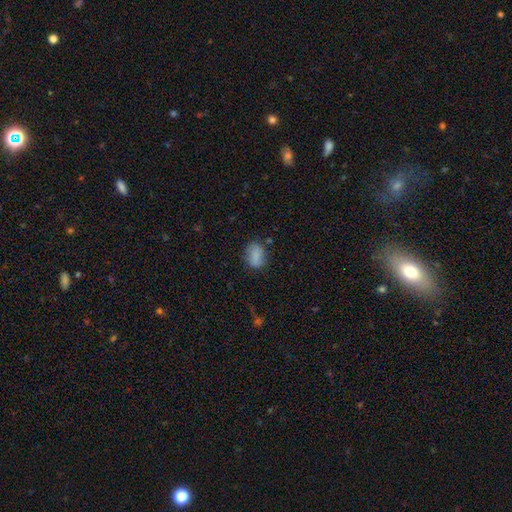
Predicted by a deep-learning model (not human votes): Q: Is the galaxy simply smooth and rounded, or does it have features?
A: smooth — 82%.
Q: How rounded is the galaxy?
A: in between — 73%.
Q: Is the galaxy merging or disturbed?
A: none — 74%.